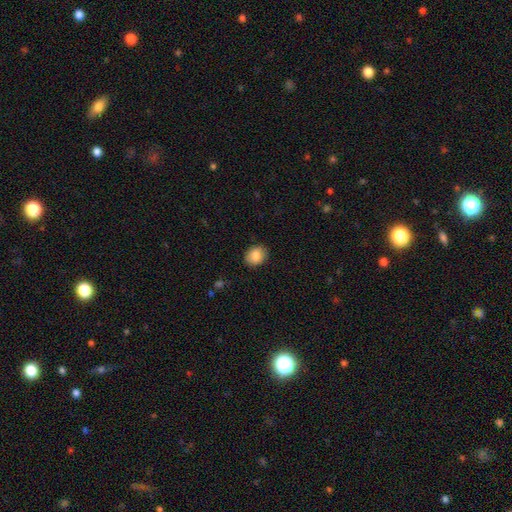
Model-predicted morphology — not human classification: Q: Smooth or featured?
A: smooth (85%); runner-up: star or artifact (8%)
Q: How rounded?
A: round (51%); runner-up: in between (48%)
Q: Merging?
A: none (87%); runner-up: minor disturbance (10%)